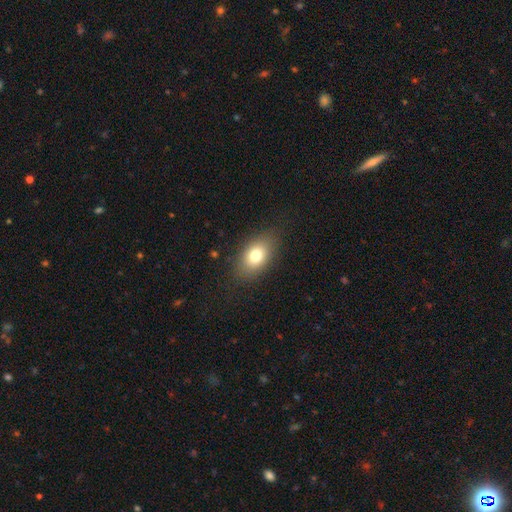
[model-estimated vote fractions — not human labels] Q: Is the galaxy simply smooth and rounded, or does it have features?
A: smooth — 77%.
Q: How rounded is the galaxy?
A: in between — 84%.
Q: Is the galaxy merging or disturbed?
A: none — 83%.